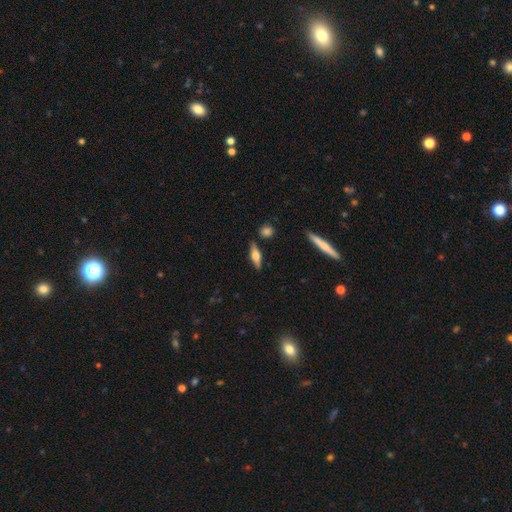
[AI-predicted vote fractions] Morphology: type=featured or disk (55%); edge-on=yes (94%); edge-on bulge=rounded (90%); merging=none (85%).